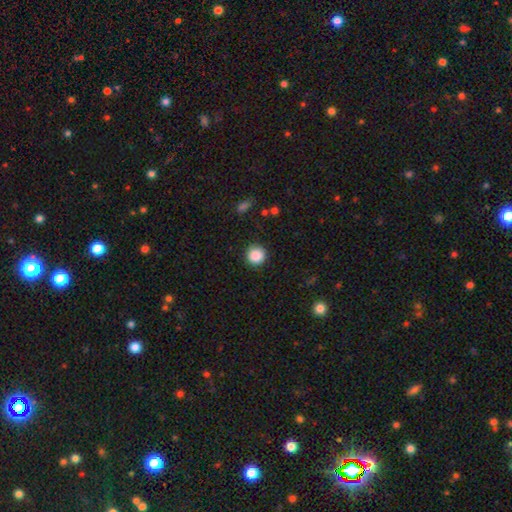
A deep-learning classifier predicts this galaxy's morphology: smooth 87%, star or artifact 10%, featured or disk 3%. Down the decision tree: how rounded — round (95%); merging — none (90%).